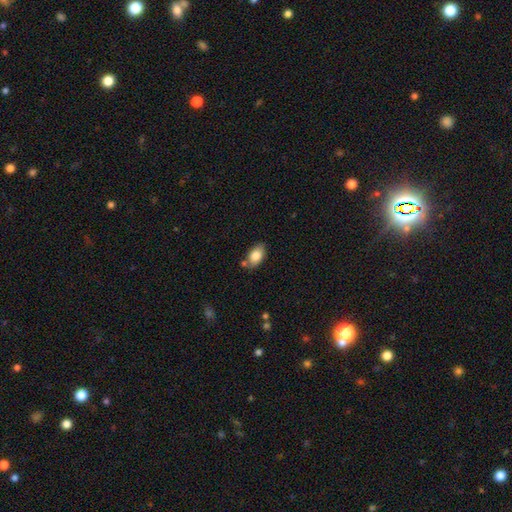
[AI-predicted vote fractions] Smooth or featured? Predicted: smooth (p=0.82). How rounded? Predicted: in between (p=0.92). Merging? Predicted: none (p=0.76).